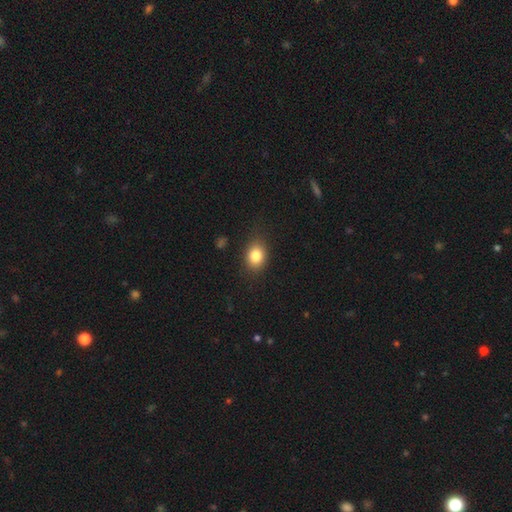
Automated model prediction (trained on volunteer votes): Q: Smooth or featured?
A: smooth (82%); runner-up: star or artifact (10%)
Q: How rounded?
A: in between (60%); runner-up: round (39%)
Q: Merging?
A: none (81%); runner-up: minor disturbance (14%)